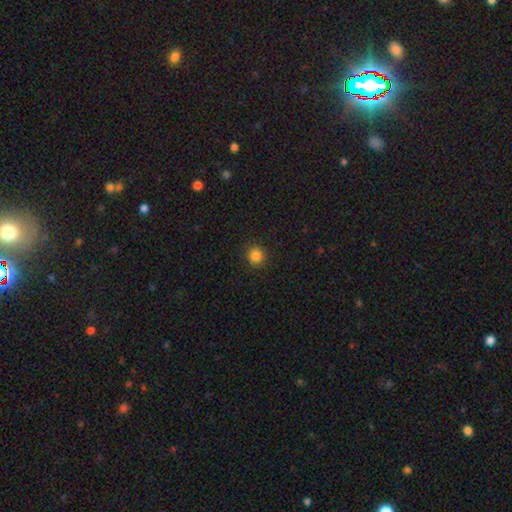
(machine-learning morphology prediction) This is clearly a smooth galaxy (85%). How rounded: clearly round (92%). Merging: clearly none (90%).